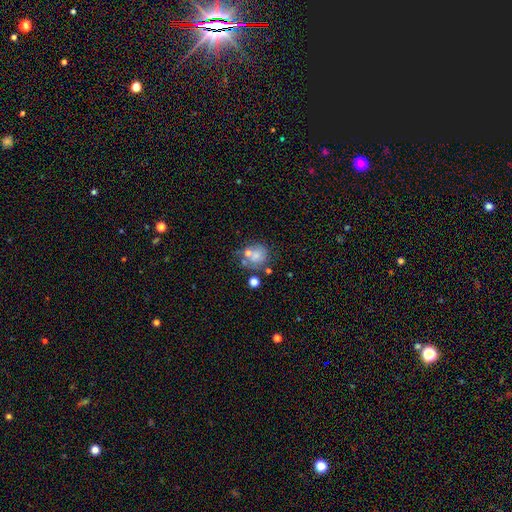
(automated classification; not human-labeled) This appears to be a smooth galaxy with no disk features (59%) that is round (77%). Merging: none (46%).